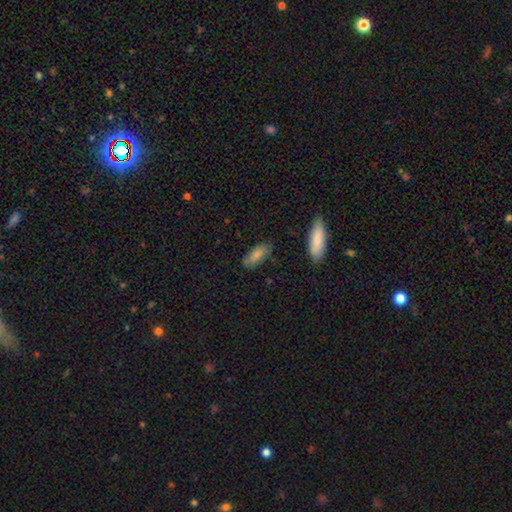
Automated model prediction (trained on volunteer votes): Smooth or featured?
  - smooth: 77% *
  - featured or disk: 15%
  - star or artifact: 8%
How rounded?
  - in between: 72% *
  - cigar-shaped: 26%
  - round: 3%
Merging?
  - none: 79% *
  - minor disturbance: 16%
  - major disturbance: 3%
  - merger: 2%